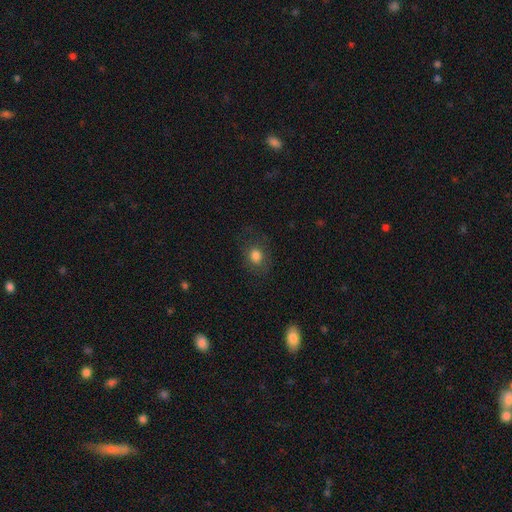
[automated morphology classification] A smooth galaxy with no disk features (79%) that is round (56%).

Vote fractions:
- Smooth or featured? smooth: 79% / star or artifact: 11% / featured or disk: 10%
- How rounded? round: 56% / in between: 43% / cigar-shaped: 1%
- Merging? none: 77% / minor disturbance: 15% / major disturbance: 8% / merger: 1%